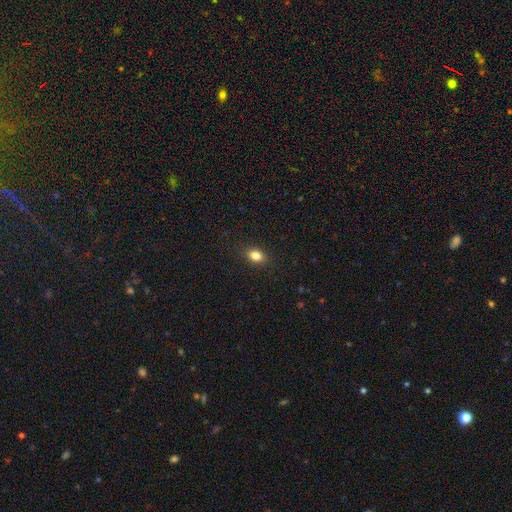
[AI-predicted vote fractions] The model was most divided on "how rounded": in between: 76%, round: 22%, cigar-shaped: 2%. More confident: merging — none (89%); smooth or featured — smooth (83%).